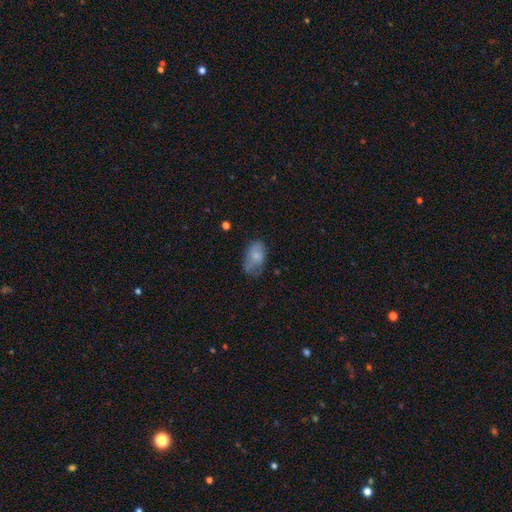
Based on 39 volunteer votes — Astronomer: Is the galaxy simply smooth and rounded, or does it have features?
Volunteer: smooth — 79%.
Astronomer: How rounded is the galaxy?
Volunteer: in between — 87%.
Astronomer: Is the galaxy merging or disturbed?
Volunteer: none — 62%.